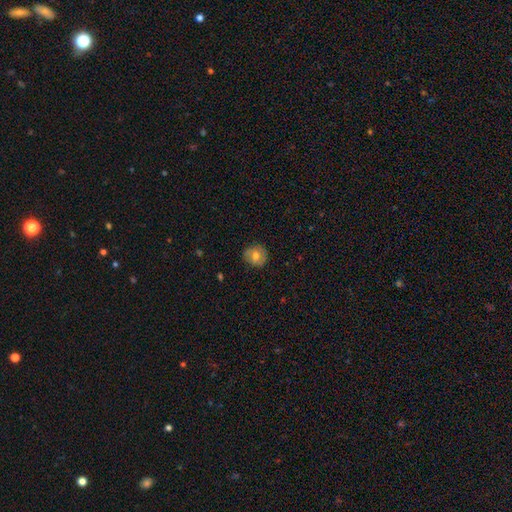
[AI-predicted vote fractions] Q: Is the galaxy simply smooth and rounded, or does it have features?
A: smooth — 68%.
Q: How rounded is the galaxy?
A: round — 88%.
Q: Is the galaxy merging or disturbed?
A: none — 81%.